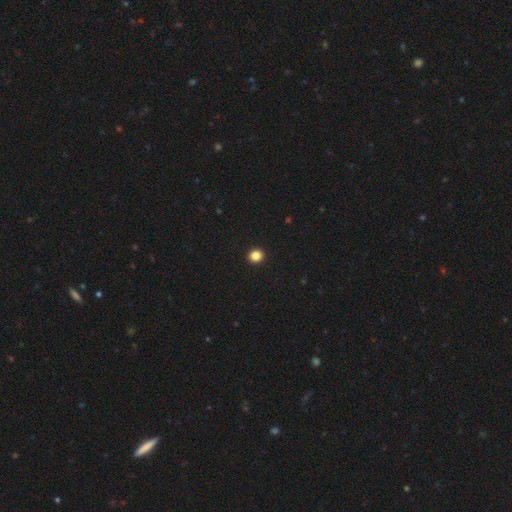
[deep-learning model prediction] Smooth or featured?
  - smooth: 85% *
  - star or artifact: 11%
  - featured or disk: 3%
How rounded?
  - round: 89% *
  - in between: 10%
  - cigar-shaped: 1%
Merging?
  - none: 94% *
  - minor disturbance: 4%
  - major disturbance: 1%
  - merger: 1%